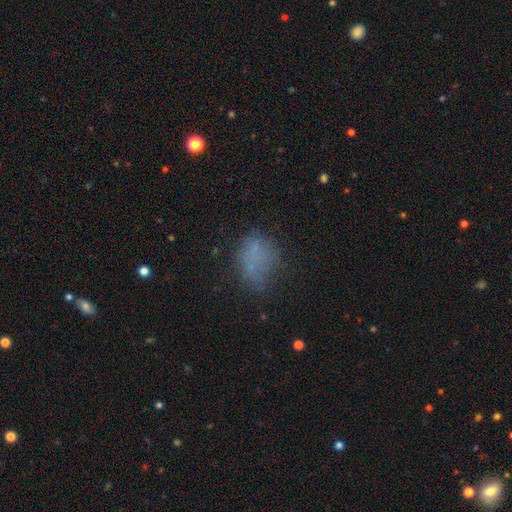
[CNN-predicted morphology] Smooth or featured? Predicted: smooth (p=0.65). How rounded? Predicted: in between (p=0.68). Merging? Predicted: none (p=0.51).